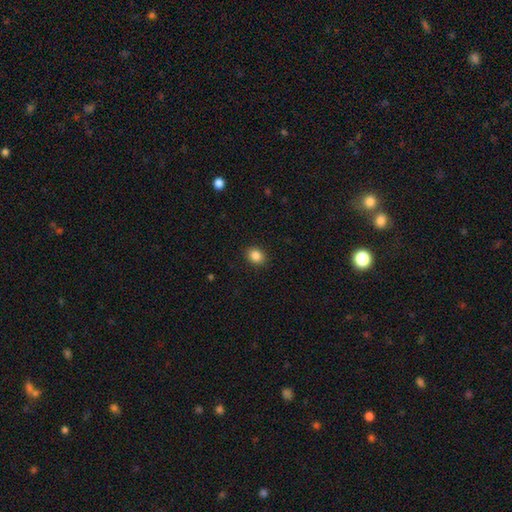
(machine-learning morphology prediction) This appears to be a smooth galaxy with no disk features (87%) that is round (50%). Merging: none (90%).